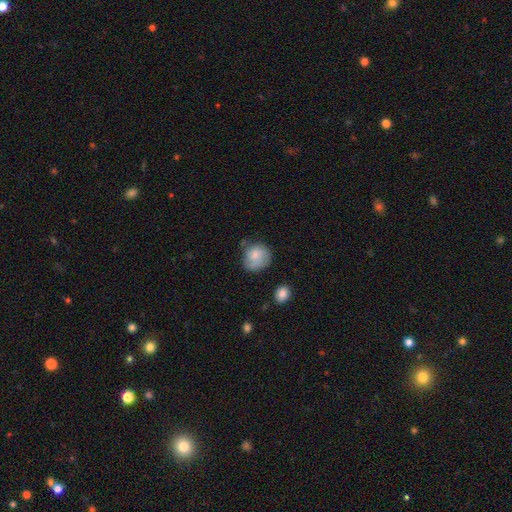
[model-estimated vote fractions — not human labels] smooth-or-featured: smooth: 74% | featured or disk: 18% | star or artifact: 8%
  how-rounded: round: 76% | in between: 23% | cigar-shaped: 1%
  merging: none: 58% | minor disturbance: 29% | major disturbance: 10% | merger: 4%